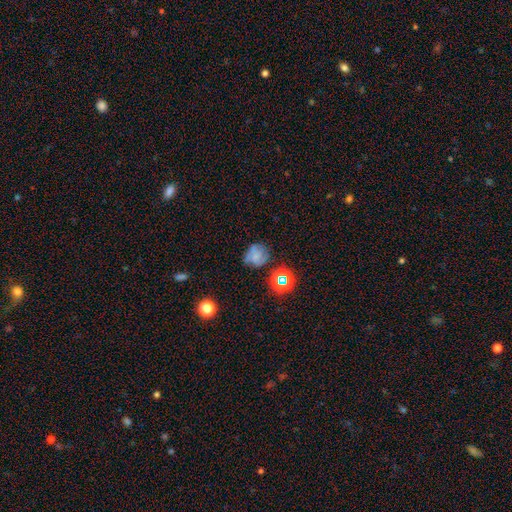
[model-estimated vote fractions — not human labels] This appears to be a smooth galaxy with no disk features (49%). Merging: none (61%).